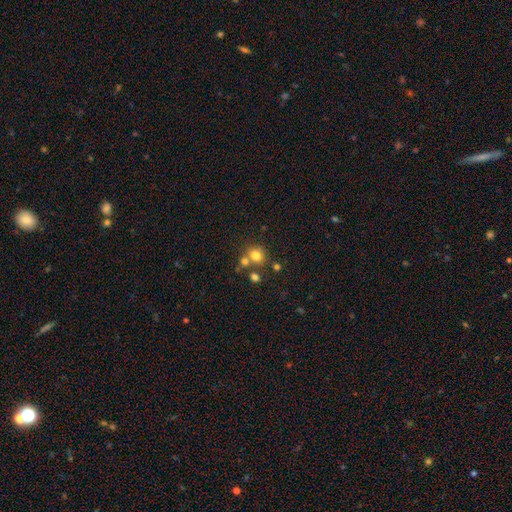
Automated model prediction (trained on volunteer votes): Smooth or featured?
  - smooth: 75% *
  - star or artifact: 15%
  - featured or disk: 10%
How rounded?
  - round: 76% *
  - in between: 24%
  - cigar-shaped: 1%
Merging?
  - none: 57% *
  - merger: 30%
  - minor disturbance: 10%
  - major disturbance: 4%